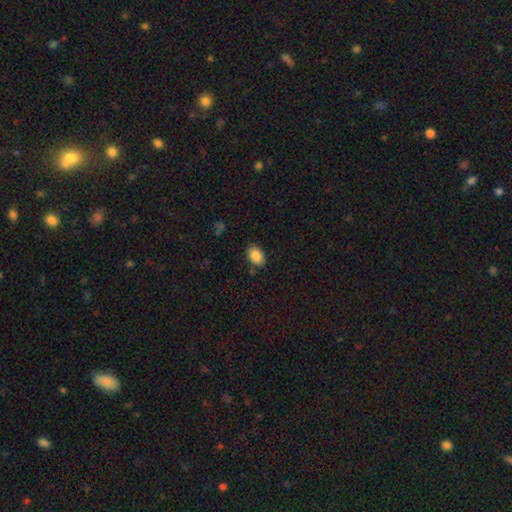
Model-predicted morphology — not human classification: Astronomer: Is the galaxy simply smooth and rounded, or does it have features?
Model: smooth — 86%.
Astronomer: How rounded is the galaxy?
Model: in between — 83%.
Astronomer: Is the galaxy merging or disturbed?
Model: none — 83%.